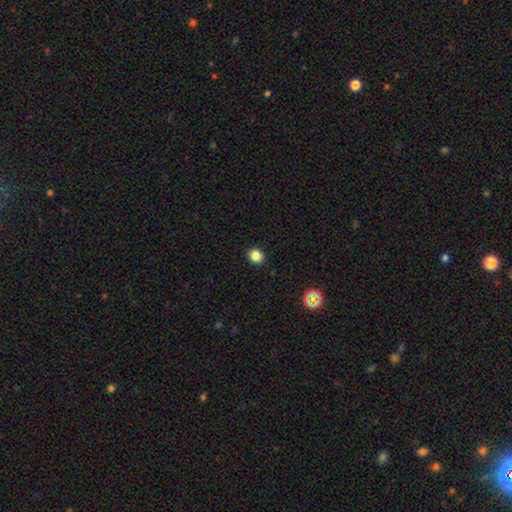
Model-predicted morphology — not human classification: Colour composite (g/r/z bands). It shows a smooth galaxy with no disk features (84%) that is round (77%). Merging: none (92%).